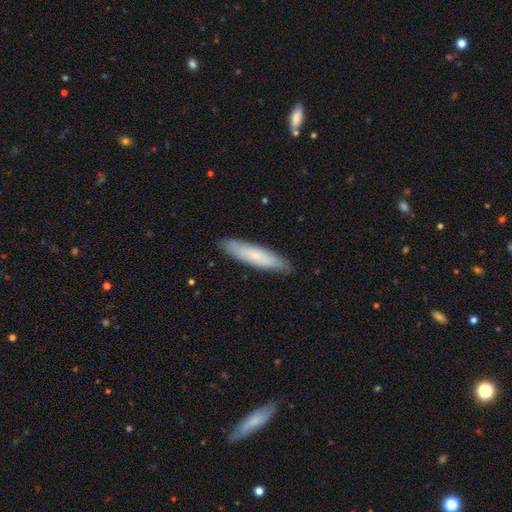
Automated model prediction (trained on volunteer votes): Smooth or featured? Predicted: smooth (p=0.68). How rounded? Predicted: cigar-shaped (p=0.80). Merging? Predicted: none (p=0.86).